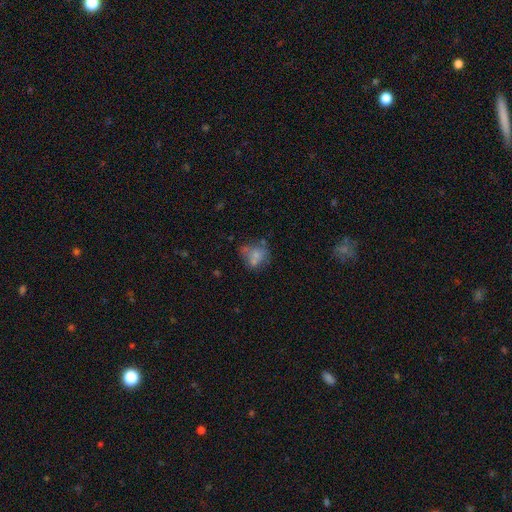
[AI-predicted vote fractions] A smooth galaxy with no disk features (59%) that is round (57%).

Vote fractions:
- Smooth or featured? smooth: 59% / featured or disk: 28% / star or artifact: 13%
- How rounded? round: 57% / in between: 42% / cigar-shaped: 1%
- Merging? none: 37% / merger: 30% / minor disturbance: 18% / major disturbance: 14%